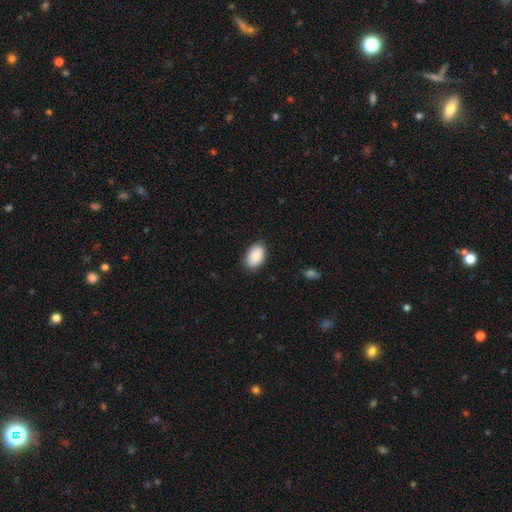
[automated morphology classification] type=smooth (89%); roundness=in between (92%); merging=none (82%).